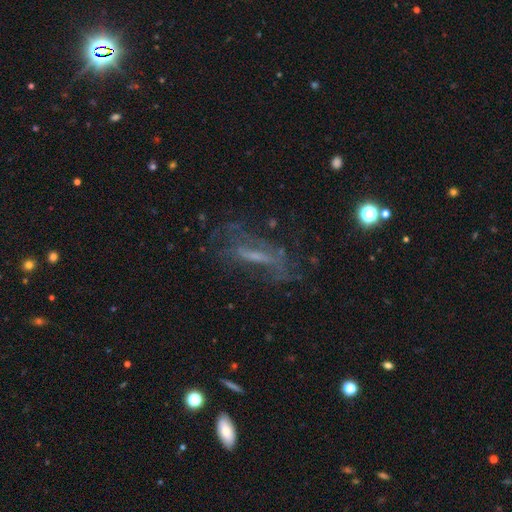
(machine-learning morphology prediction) The model was most divided on "edge-on disk": no: 65%, yes: 35%. More confident: merging — none (60%); smooth or featured — featured or disk (57%).